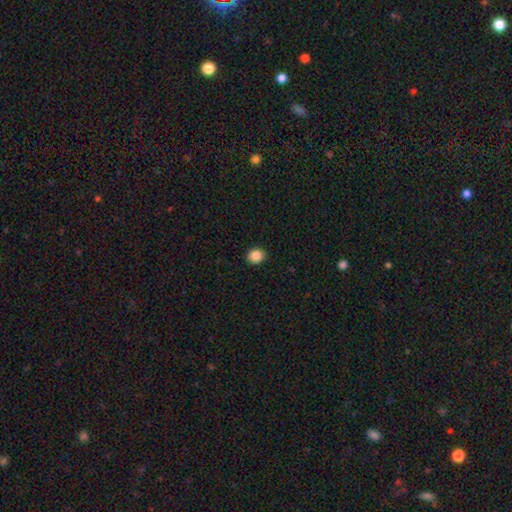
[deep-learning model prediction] The model was most divided on "how rounded": round: 76%, in between: 24%, cigar-shaped: 1%. More confident: merging — none (92%); smooth or featured — smooth (86%).